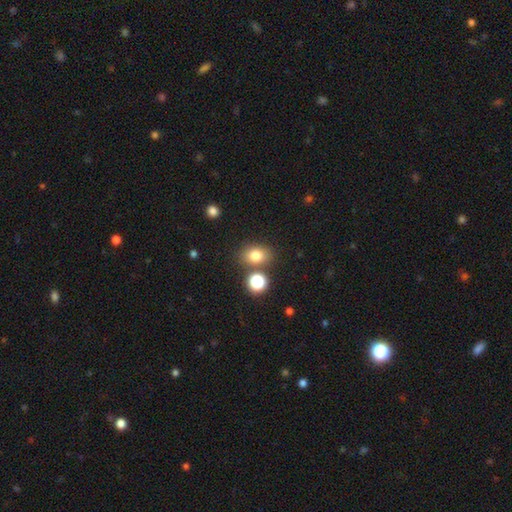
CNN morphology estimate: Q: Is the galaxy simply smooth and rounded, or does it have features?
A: smooth — 78%.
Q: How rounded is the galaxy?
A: in between — 58%.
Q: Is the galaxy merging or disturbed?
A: none — 75%.